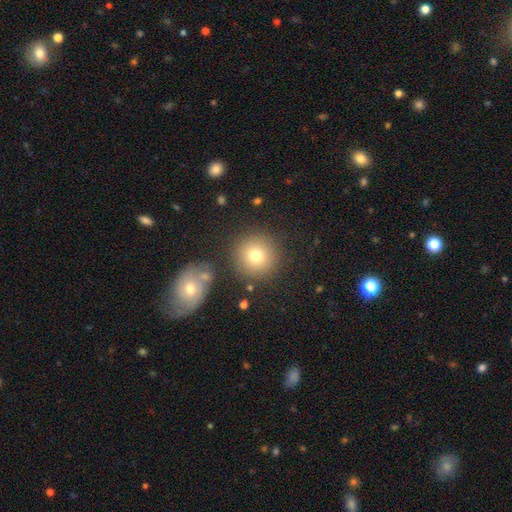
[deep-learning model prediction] The model was most divided on "smooth or featured": smooth: 77%, star or artifact: 12%, featured or disk: 11%. More confident: how rounded — round (95%); merging — none (84%).